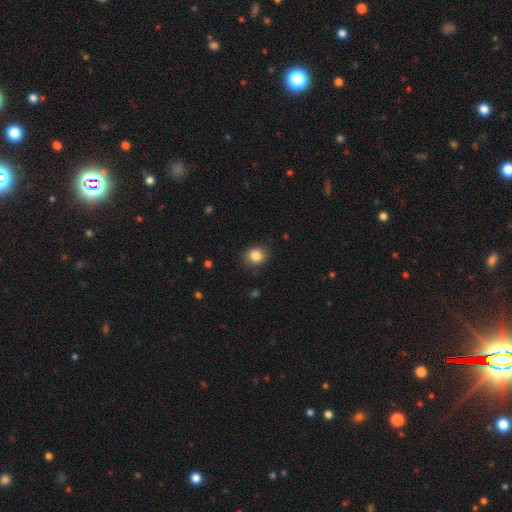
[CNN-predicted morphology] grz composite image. It shows a smooth galaxy with no disk features (85%) that is round (69%). Merging: none (86%).